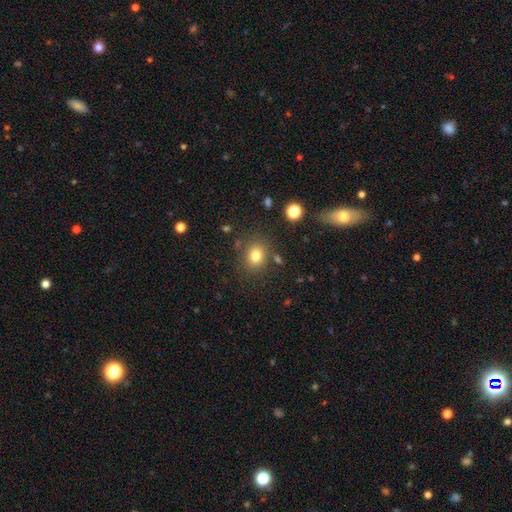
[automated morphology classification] The model was most divided on "how rounded": round: 65%, in between: 34%, cigar-shaped: 1%. More confident: merging — none (80%); smooth or featured — smooth (79%).